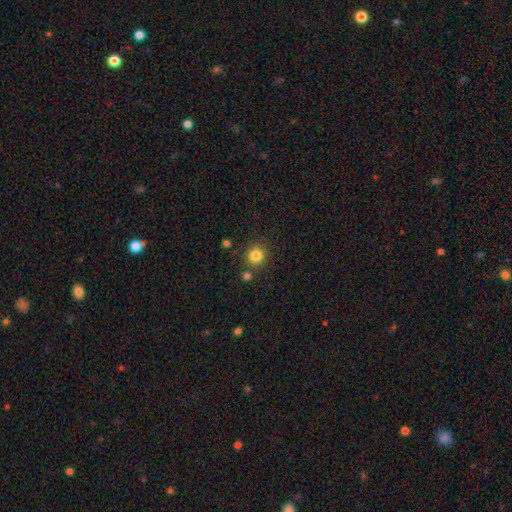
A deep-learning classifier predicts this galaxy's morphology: Smooth or featured? smooth (83%)
How rounded? round (89%)
Merging? none (81%)